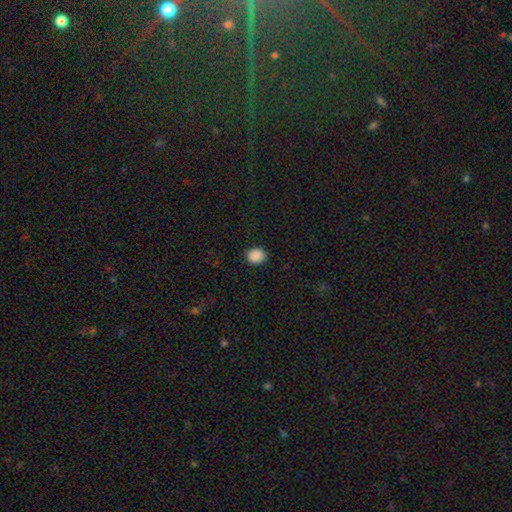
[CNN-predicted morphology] A smooth galaxy with no disk features (88%) that is round (69%). Merging: none (91%).